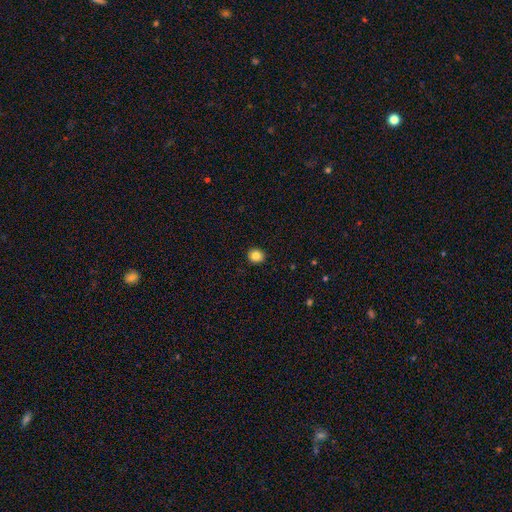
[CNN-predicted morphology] Smooth or featured? smooth (84%)
How rounded? round (85%)
Merging? none (93%)